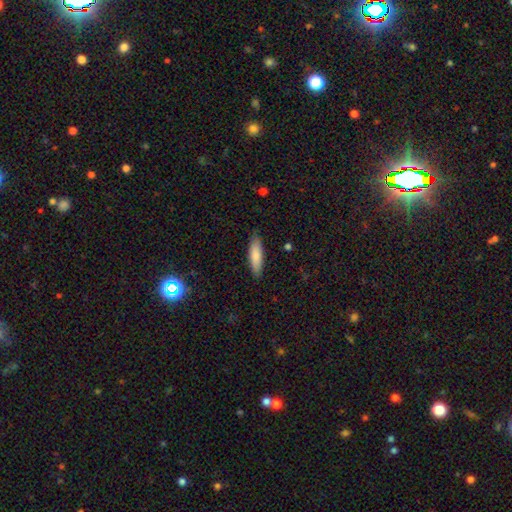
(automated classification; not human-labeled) smooth_or_featured: smooth (p=0.81) [alt: featured or disk p=0.13]
how_rounded: cigar-shaped (p=0.60) [alt: in between p=0.38]
merging: none (p=0.86) [alt: minor disturbance p=0.11]